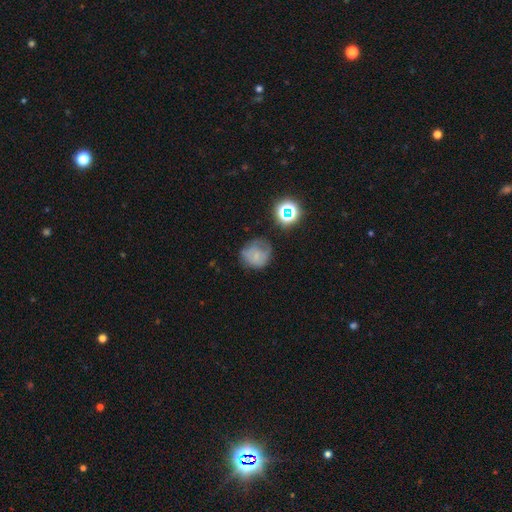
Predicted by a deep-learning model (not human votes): This is possibly a smooth galaxy (56%). How rounded: likely round (79%). Merging: possibly none (51%).